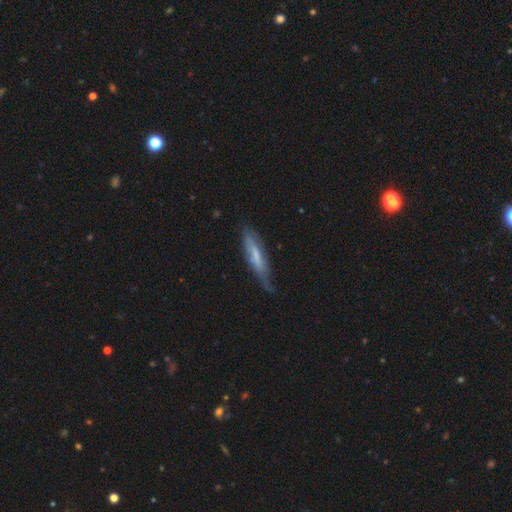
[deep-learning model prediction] Smooth or featured? featured or disk (48%)
Merging? none (56%)